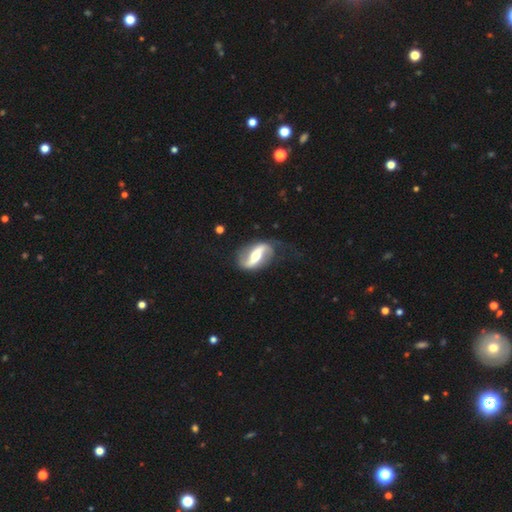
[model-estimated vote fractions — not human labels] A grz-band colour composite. It shows a featured or disk galaxy (86%) with a strong bar (58%), 2 (92%) loose (71%) spiral arms (92%) and a moderate central bulge (68%). Merging: none (72%).